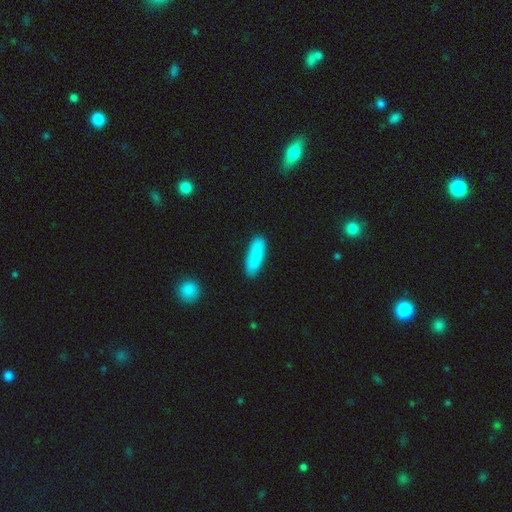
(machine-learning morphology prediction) Smooth or featured?
  - smooth: 85% *
  - featured or disk: 9%
  - star or artifact: 6%
How rounded?
  - cigar-shaped: 50% *
  - in between: 48%
  - round: 2%
Merging?
  - none: 83% *
  - minor disturbance: 13%
  - major disturbance: 3%
  - merger: 2%